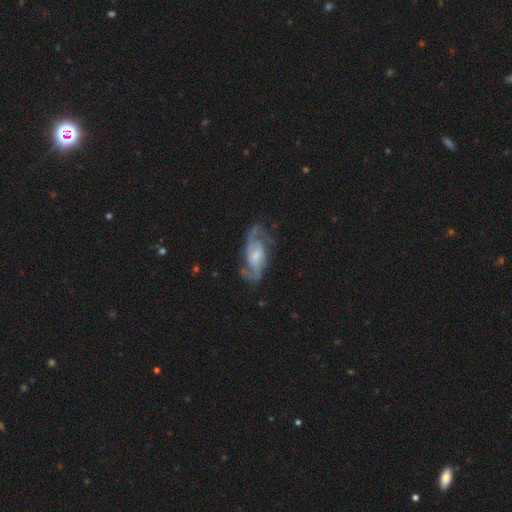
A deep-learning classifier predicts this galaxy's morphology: Smooth or featured: featured or disk — 85% (smooth — 10%)
Edge-on disk: no — 95% (yes — 5%)
Bar: no — 47% (weak — 42%)
Spiral arms: yes — 96% (no — 4%)
Spiral winding: medium — 51% (tight — 25%)
Spiral arm count: 2 — 79% (can't tell — 8%)
Bulge size: small — 43% (moderate — 36%)
Merging: none — 68% (minor disturbance — 18%)